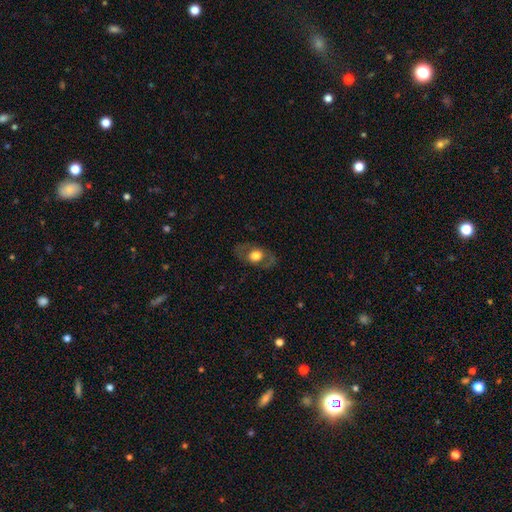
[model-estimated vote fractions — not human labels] Overall: smooth (51%; featured or disk 41%). How rounded: in between (71%). Merging: none (79%).